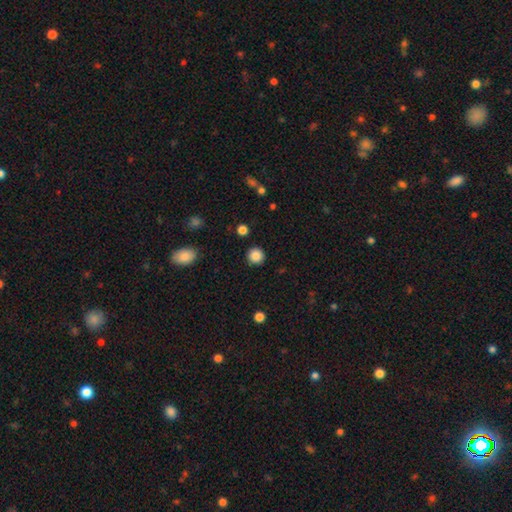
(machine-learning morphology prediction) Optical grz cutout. It shows a smooth galaxy with no disk features (86%) that is round (94%). Merging: none (91%).